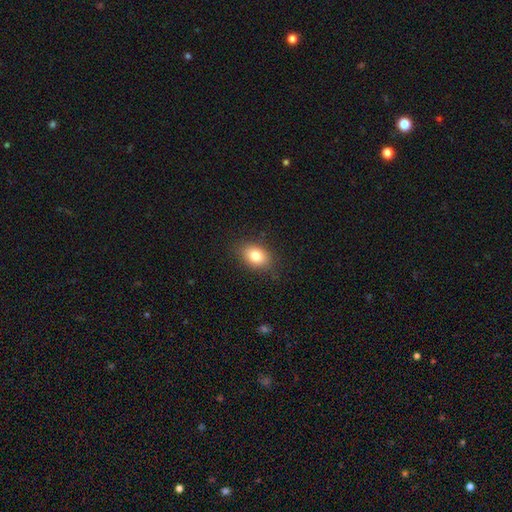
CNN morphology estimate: This appears to be a smooth galaxy with no disk features (82%) that is in between round and cigar-shaped (79%). Merging: none (83%).